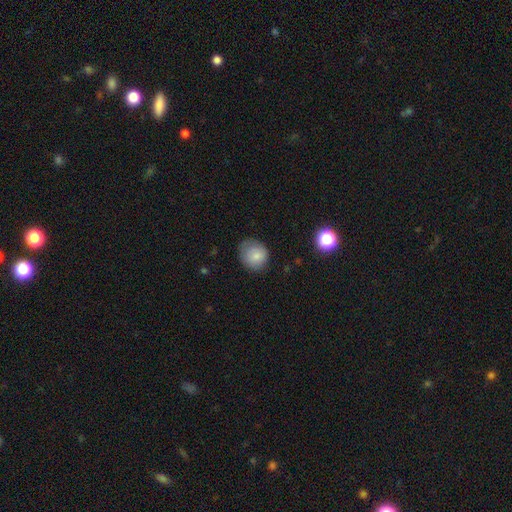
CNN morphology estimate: smooth_or_featured: smooth (p=0.81) [alt: featured or disk p=0.10]
how_rounded: round (p=0.82) [alt: in between p=0.17]
merging: none (p=0.67) [alt: minor disturbance p=0.25]